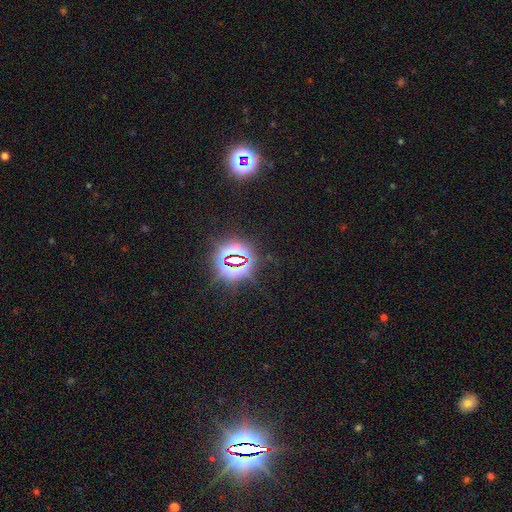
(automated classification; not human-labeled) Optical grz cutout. It shows a star or artifact, not a galaxy (82%).